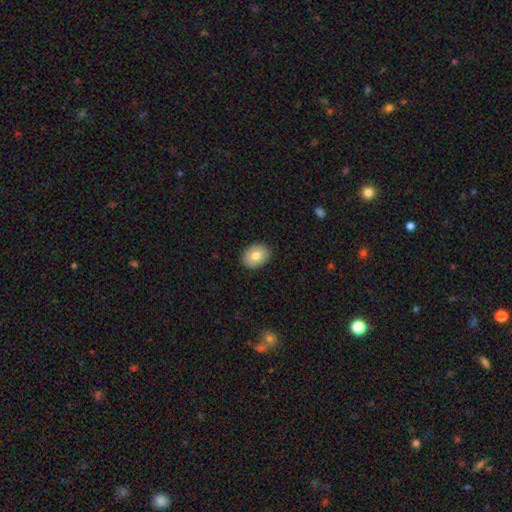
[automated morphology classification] This appears to be a smooth galaxy with no disk features (78%) that is in between round and cigar-shaped (61%). Merging: none (90%).